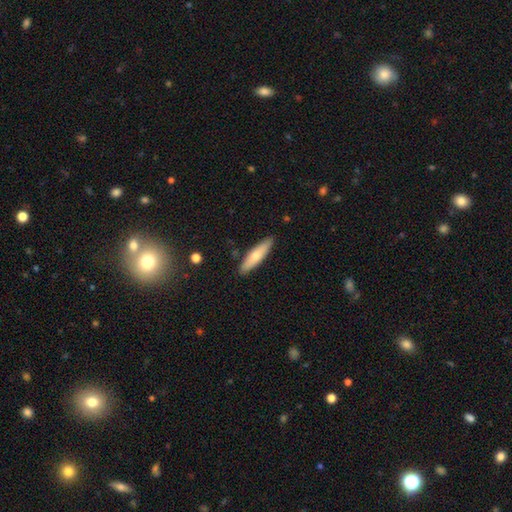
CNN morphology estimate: Smooth or featured: smooth — 64% (featured or disk — 30%)
How rounded: cigar-shaped — 73% (in between — 25%)
Merging: none — 88% (minor disturbance — 9%)